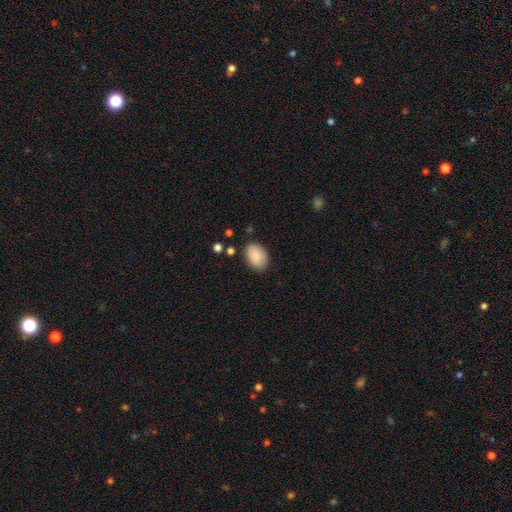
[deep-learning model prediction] The model was most divided on "merging": none: 83%, minor disturbance: 12%, major disturbance: 3%, merger: 2%. More confident: how rounded — in between (88%); smooth or featured — smooth (87%).